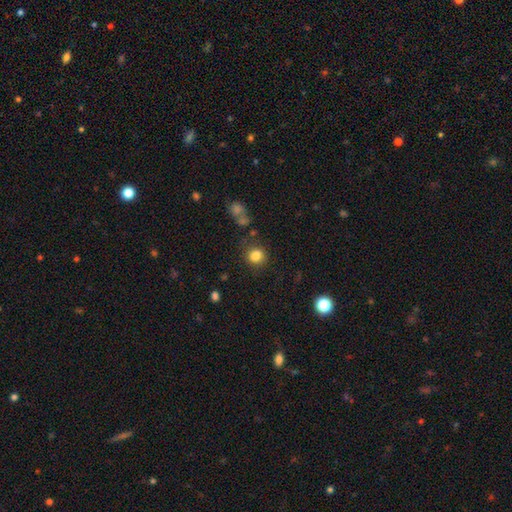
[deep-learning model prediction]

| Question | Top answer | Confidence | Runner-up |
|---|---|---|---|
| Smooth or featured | smooth | 82% | star or artifact (12%) |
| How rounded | round | 79% | in between (20%) |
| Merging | none | 78% | minor disturbance (13%) |